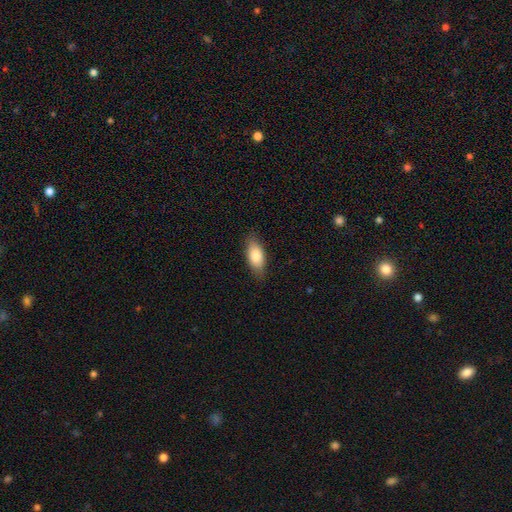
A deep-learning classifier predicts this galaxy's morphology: smooth 81%, featured or disk 13%, star or artifact 6%. Down the decision tree: how rounded — in between (85%); merging — none (84%).